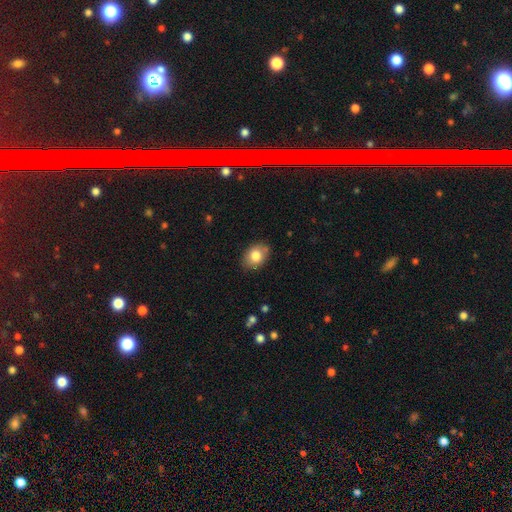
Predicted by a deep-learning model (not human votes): The model was most divided on "how rounded": in between: 71%, round: 28%, cigar-shaped: 1%. More confident: merging — none (83%); smooth or featured — smooth (81%).